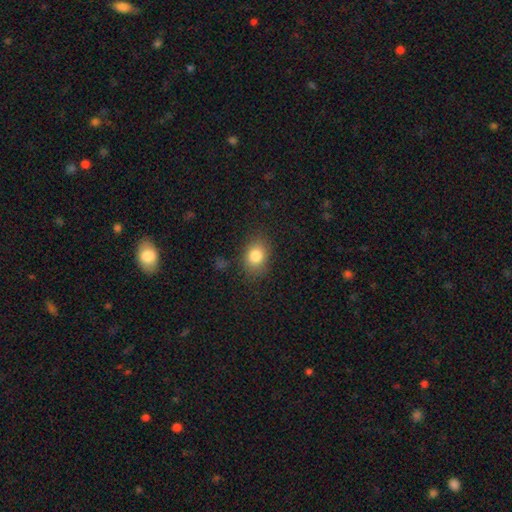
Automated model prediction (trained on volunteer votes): smooth-or-featured: smooth: 82% | star or artifact: 10% | featured or disk: 8%
  how-rounded: in between: 63% | round: 36% | cigar-shaped: 1%
  merging: none: 80% | minor disturbance: 14% | major disturbance: 4% | merger: 2%